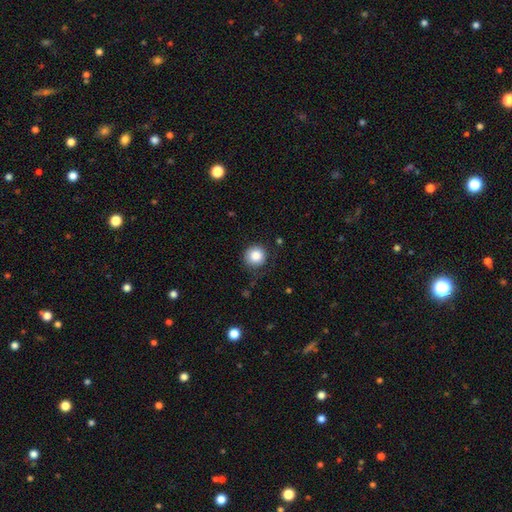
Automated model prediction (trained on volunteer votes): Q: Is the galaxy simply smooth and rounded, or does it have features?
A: smooth — 86%.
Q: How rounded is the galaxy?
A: round — 94%.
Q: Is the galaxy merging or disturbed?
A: none — 79%.